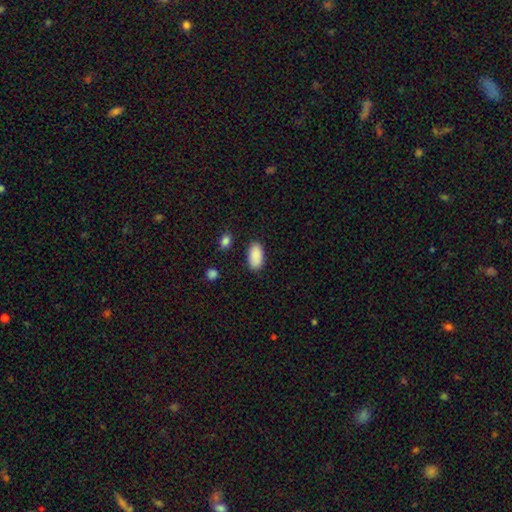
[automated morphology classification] Smooth or featured?
  - smooth: 91% *
  - star or artifact: 6%
  - featured or disk: 3%
How rounded?
  - in between: 94% *
  - cigar-shaped: 3%
  - round: 3%
Merging?
  - none: 87% *
  - minor disturbance: 9%
  - major disturbance: 2%
  - merger: 2%